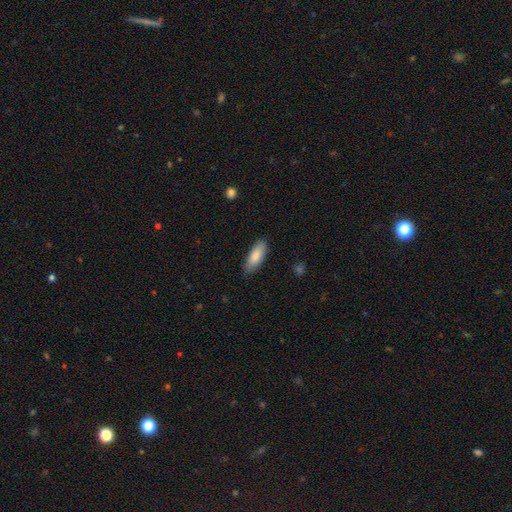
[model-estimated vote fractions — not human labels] Smooth or featured: smooth — 85% (featured or disk — 9%)
How rounded: in between — 71% (cigar-shaped — 27%)
Merging: none — 84% (minor disturbance — 12%)